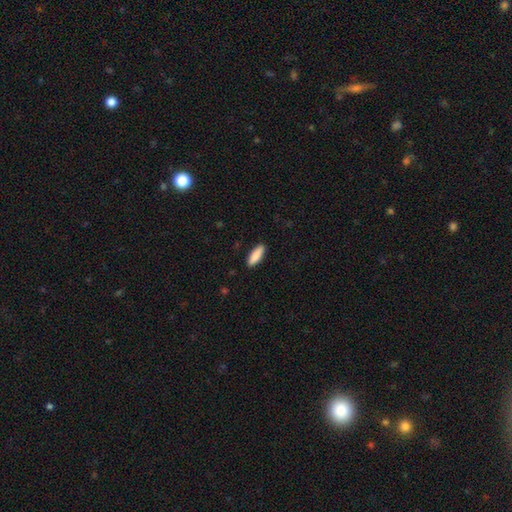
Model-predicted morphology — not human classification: This appears to be a smooth galaxy with no disk features (89%) that is in between round and cigar-shaped (56%). Merging: none (89%).